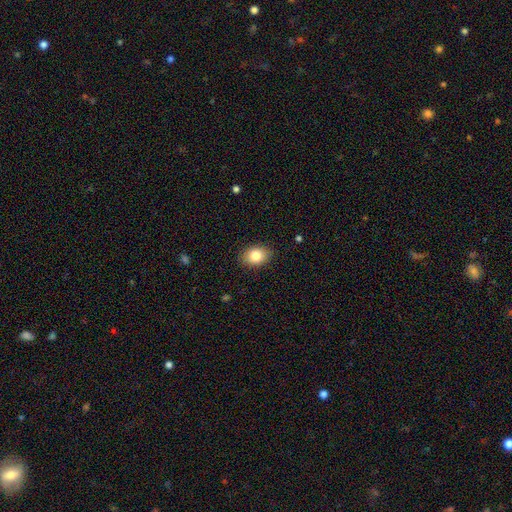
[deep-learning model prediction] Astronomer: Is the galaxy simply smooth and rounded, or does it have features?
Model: smooth — 83%.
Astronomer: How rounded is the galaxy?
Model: in between — 71%.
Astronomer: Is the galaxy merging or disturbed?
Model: none — 87%.